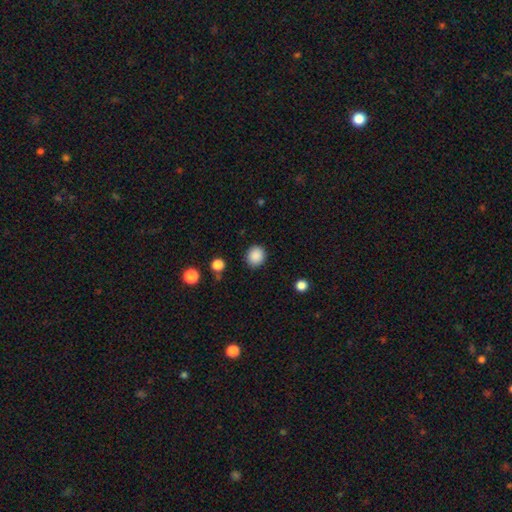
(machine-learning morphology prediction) Overall: smooth (88%). How rounded: round (82%). Merging: none (88%).